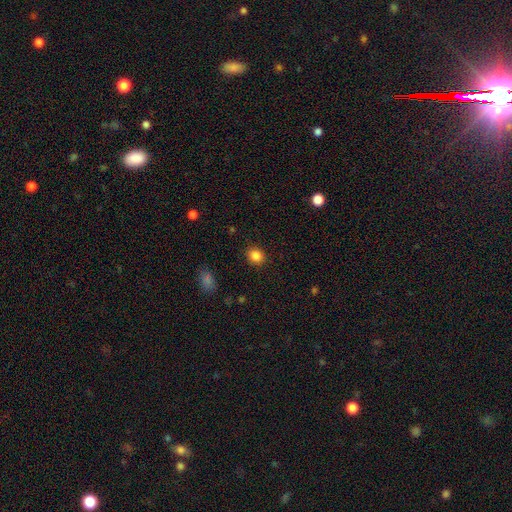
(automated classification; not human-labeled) Smooth or featured?
  - smooth: 85% *
  - star or artifact: 11%
  - featured or disk: 4%
How rounded?
  - round: 74% *
  - in between: 25%
  - cigar-shaped: 1%
Merging?
  - none: 89% *
  - minor disturbance: 7%
  - major disturbance: 2%
  - merger: 1%